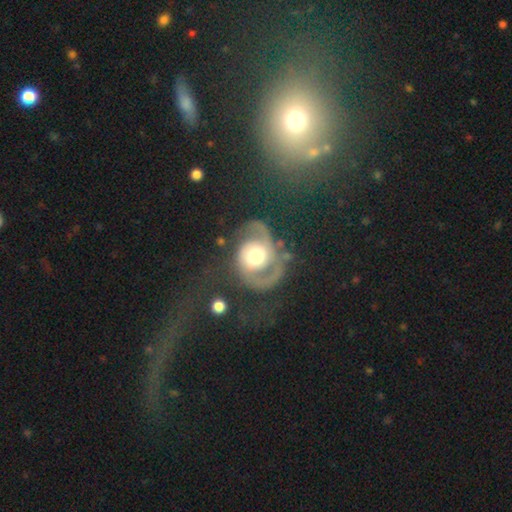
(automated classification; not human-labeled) Morphology: type=featured or disk (81%); edge-on=no (98%); bar=no (73%); spiral arms=yes (91%); winding=medium (46%); arm count=2 (74%); bulge=moderate (56%); merging=none (51%).